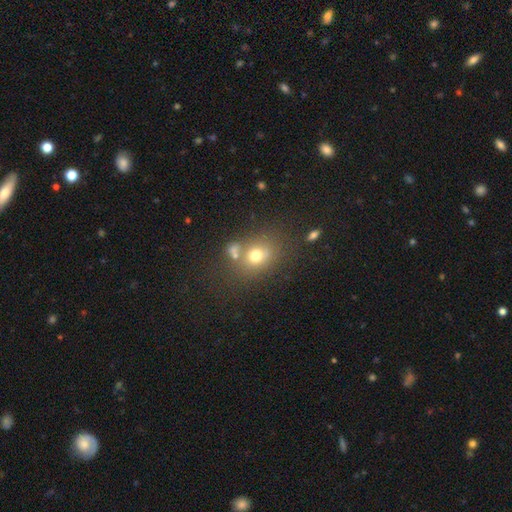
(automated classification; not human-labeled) This appears to be a smooth galaxy with no disk features (69%) that is round (56%). Merging: none (57%).